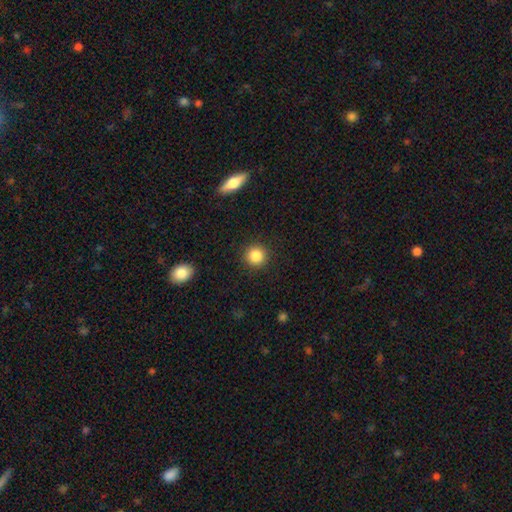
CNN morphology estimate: type=smooth (86%); roundness=round (94%); merging=none (91%).